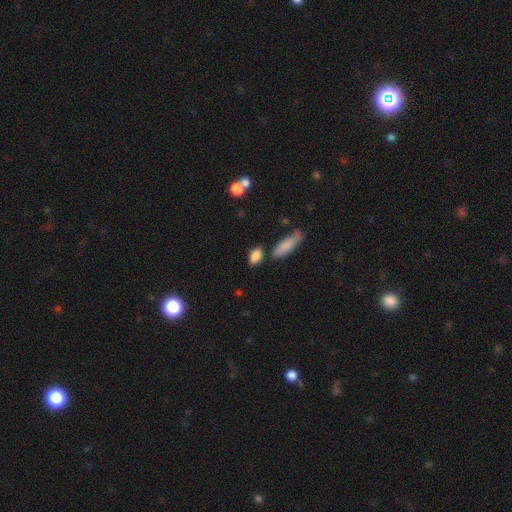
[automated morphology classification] smooth_or_featured: smooth (p=0.85) [alt: star or artifact p=0.08]
how_rounded: in between (p=0.81) [alt: round p=0.12]
merging: none (p=0.71) [alt: minor disturbance p=0.15]